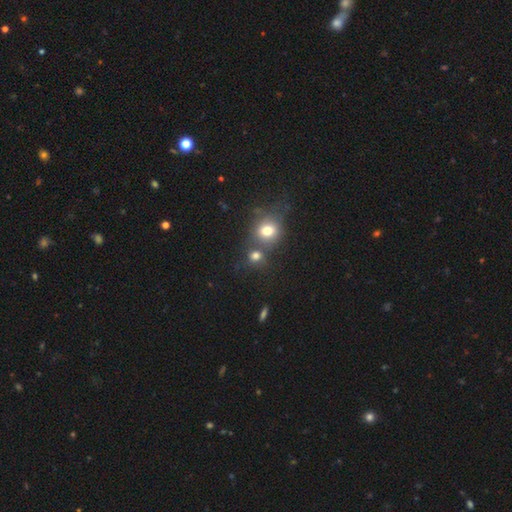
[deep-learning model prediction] This is likely a smooth galaxy (74%). How rounded: likely round (77%). Merging: possibly none (51%).